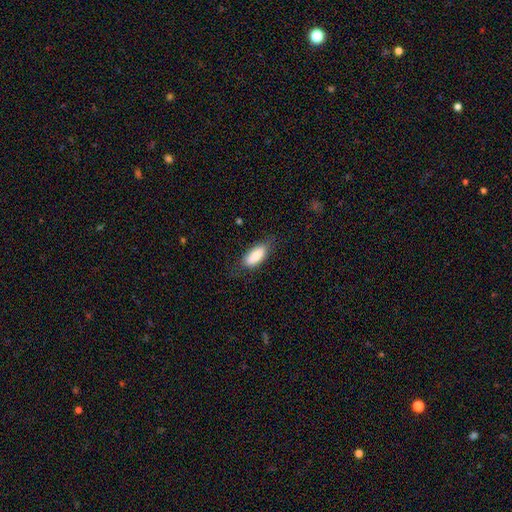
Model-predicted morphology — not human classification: Smooth or featured? Predicted: smooth (p=0.85). How rounded? Predicted: in between (p=0.83). Merging? Predicted: none (p=0.70).